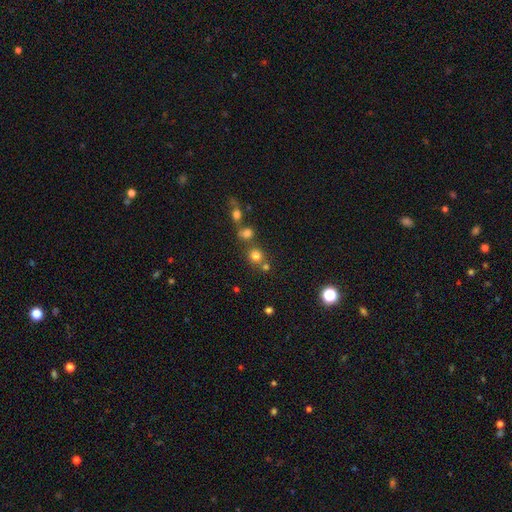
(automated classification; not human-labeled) Overall: smooth (74%). How rounded: round (88%). Merging: none (63%; merger 26%).